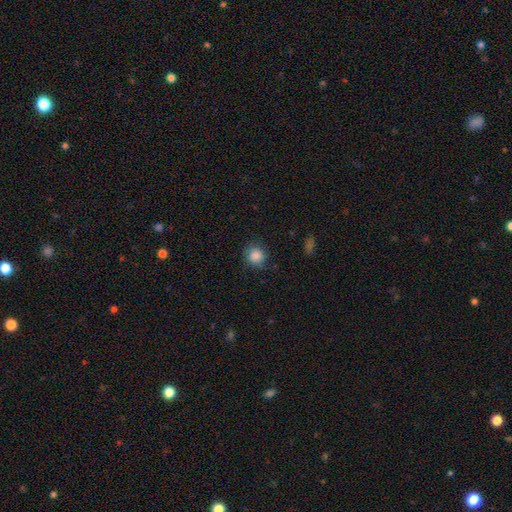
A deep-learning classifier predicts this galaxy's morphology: Smooth or featured? Predicted: smooth (p=0.86). How rounded? Predicted: round (p=0.88). Merging? Predicted: none (p=0.81).